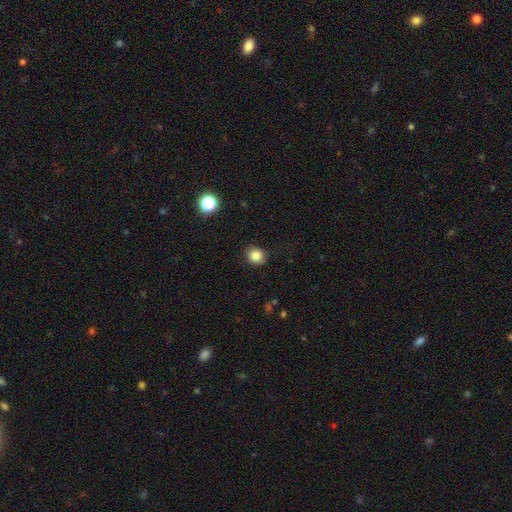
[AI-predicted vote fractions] smooth 85%, star or artifact 11%, featured or disk 4%. Down the decision tree: how rounded — round (78%); merging — none (89%).